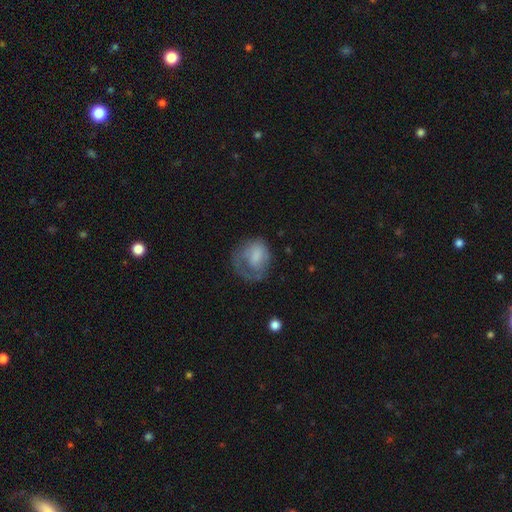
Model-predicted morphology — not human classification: A smooth galaxy with no disk features (57%) that is round (54%). Merging: major disturbance (37%).